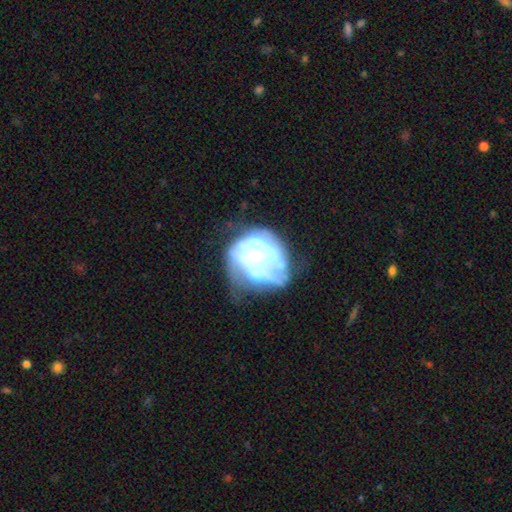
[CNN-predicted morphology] featured or disk 71%, smooth 18%, star or artifact 11%. Down the decision tree: edge-on disk — no (98%); bar — no (89%); spiral arms — no (85%); bulge size — moderate (35%); merging — merger (29%, tied with major disturbance).